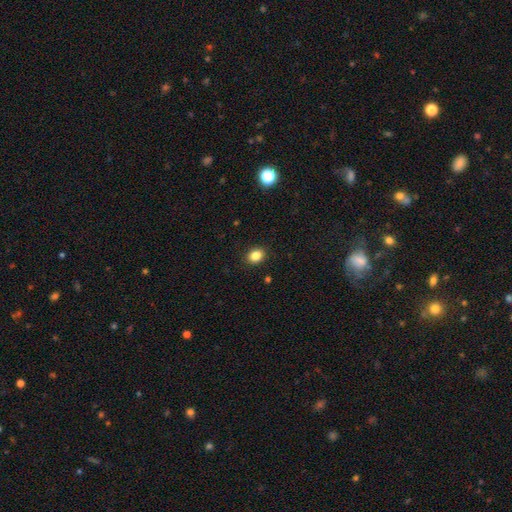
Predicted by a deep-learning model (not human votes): Morphology: type=smooth (84%); roundness=round (53%); merging=none (90%).